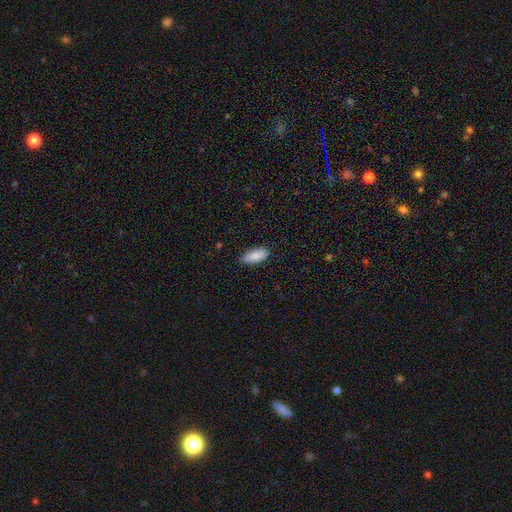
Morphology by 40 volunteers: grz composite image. It shows a smooth galaxy with no disk features (98%) that is in between round and cigar-shaped (92%). Merging: none (90%).